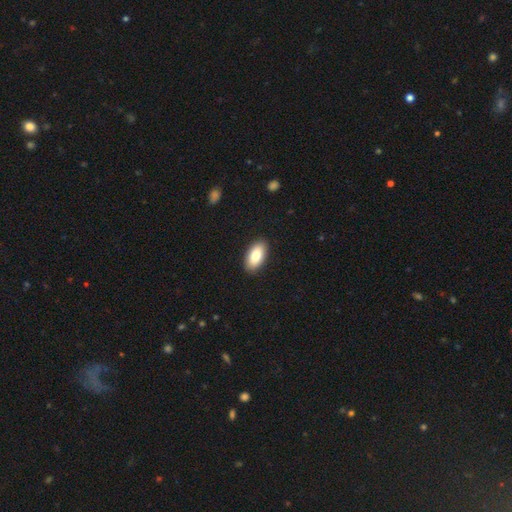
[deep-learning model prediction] The model was most divided on "smooth or featured": smooth: 85%, featured or disk: 9%, star or artifact: 6%. More confident: how rounded — in between (94%); merging — none (90%).